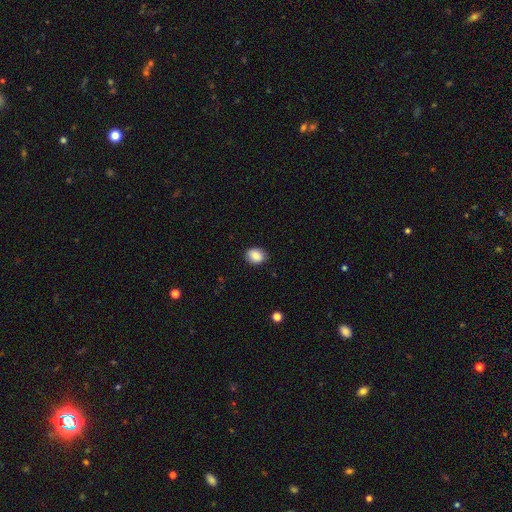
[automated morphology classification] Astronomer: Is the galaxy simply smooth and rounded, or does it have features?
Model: smooth — 86%.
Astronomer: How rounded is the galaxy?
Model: in between — 59% (runner-up: round, 40%).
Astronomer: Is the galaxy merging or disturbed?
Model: none — 86%.